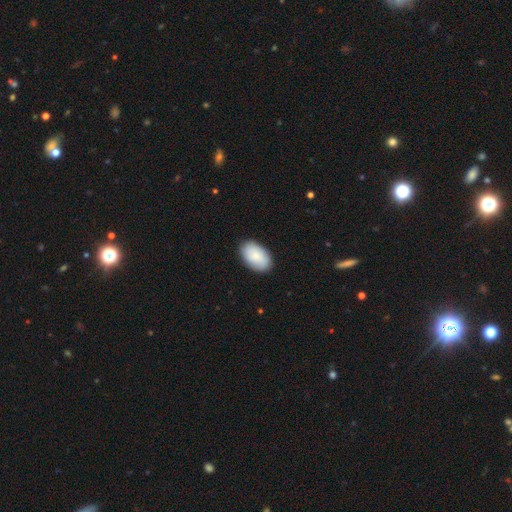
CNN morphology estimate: This appears to be a smooth galaxy with no disk features (87%) that is in between round and cigar-shaped (94%). Merging: none (87%).